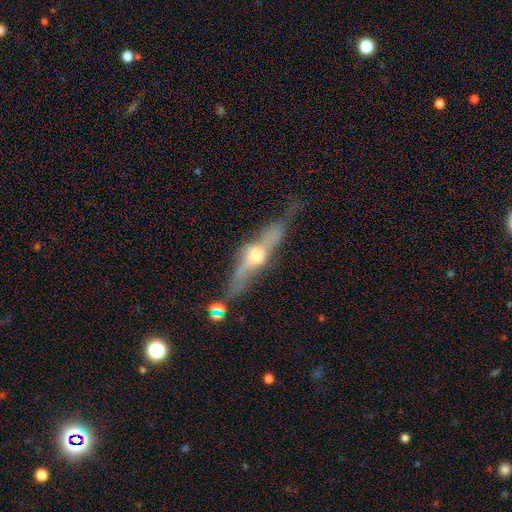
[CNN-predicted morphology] Smooth or featured? Predicted: featured or disk (p=0.75). Edge-on disk? Predicted: yes (p=0.87). Edge-on bulge? Predicted: rounded (p=0.91). Merging? Predicted: none (p=0.63).